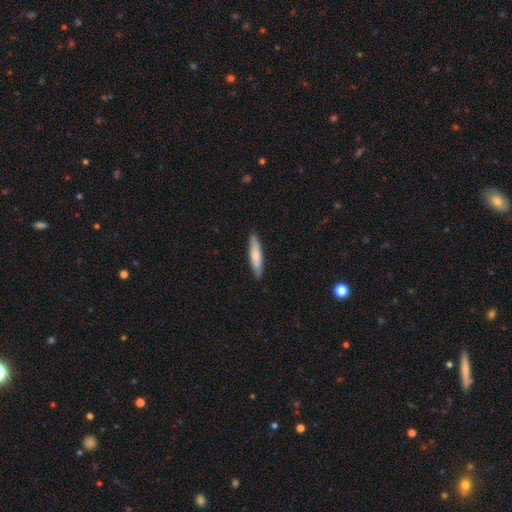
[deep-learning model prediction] This is likely a smooth galaxy (73%). How rounded: clearly cigar-shaped (84%). Merging: clearly none (88%).